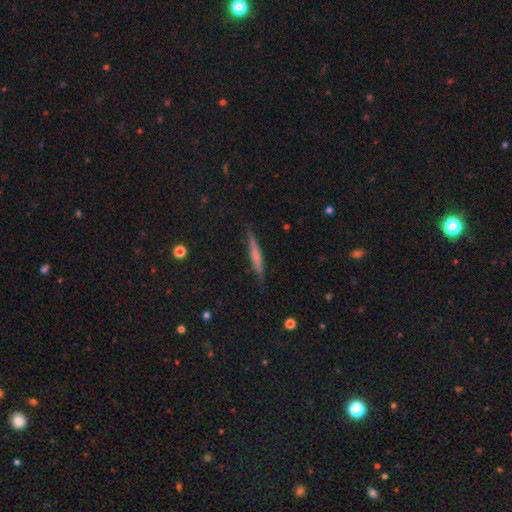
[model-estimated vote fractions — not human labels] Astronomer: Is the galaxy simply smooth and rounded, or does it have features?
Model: smooth — 49% (runner-up: featured or disk, 43%).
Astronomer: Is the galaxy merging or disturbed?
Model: none — 86%.